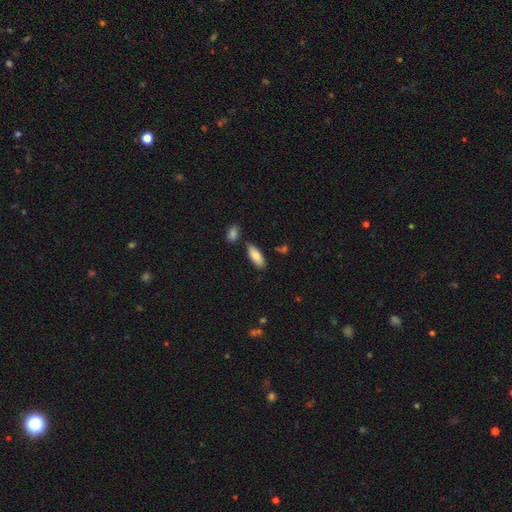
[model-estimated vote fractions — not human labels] Smooth or featured? smooth (82%)
How rounded? in between (78%)
Merging? none (78%)